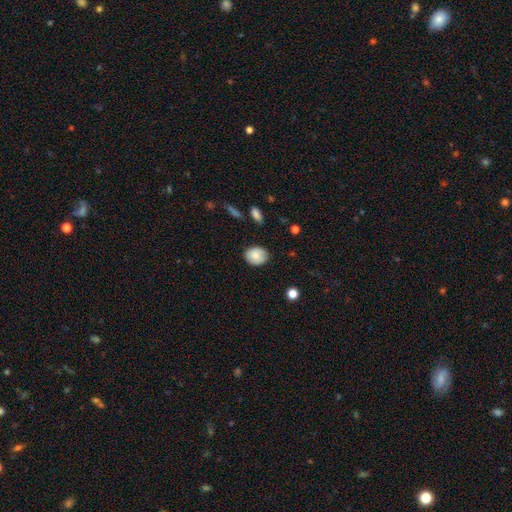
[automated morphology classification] smooth 78%, featured or disk 14%, star or artifact 8%. Down the decision tree: how rounded — round (54%); merging — none (81%).